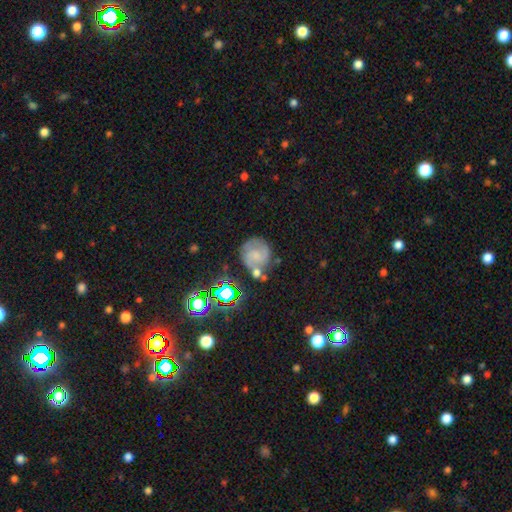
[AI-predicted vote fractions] Smooth or featured?
  - featured or disk: 49% *
  - smooth: 37%
  - star or artifact: 14%
Merging?
  - none: 56% *
  - minor disturbance: 21%
  - merger: 14%
  - major disturbance: 10%